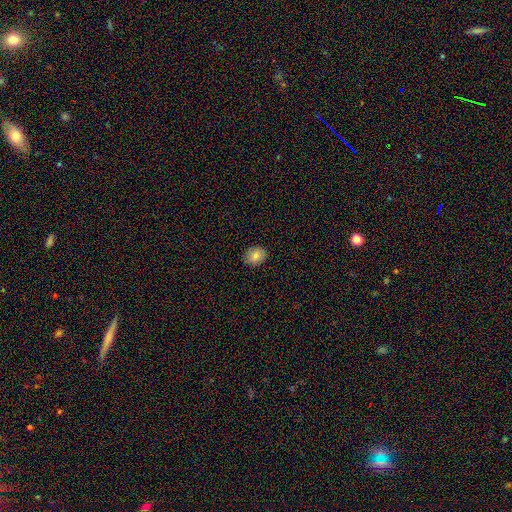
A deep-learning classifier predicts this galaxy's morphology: Overall: smooth (83%). How rounded: round (62%; in between 37%). Merging: none (87%).